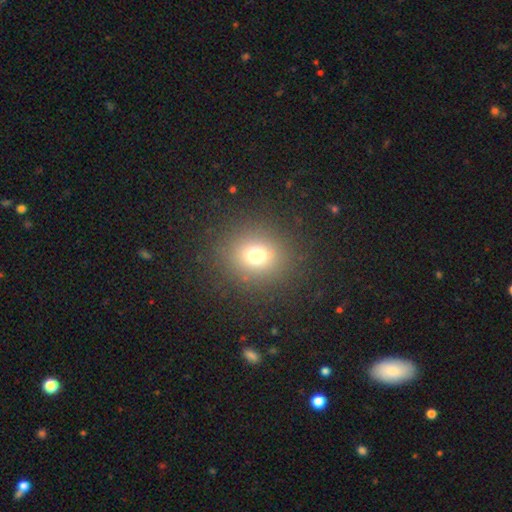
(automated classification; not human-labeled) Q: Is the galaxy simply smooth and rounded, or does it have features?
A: smooth — 71%.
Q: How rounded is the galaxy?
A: round — 82%.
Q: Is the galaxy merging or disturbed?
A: none — 86%.